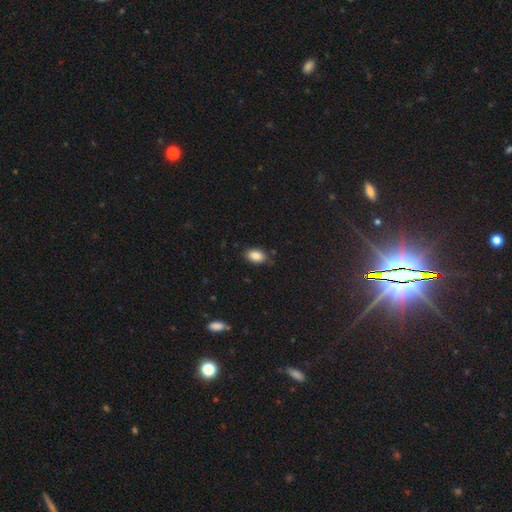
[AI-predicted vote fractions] Q: Smooth or featured?
A: smooth (86%); runner-up: star or artifact (8%)
Q: How rounded?
A: in between (90%); runner-up: round (8%)
Q: Merging?
A: none (82%); runner-up: minor disturbance (14%)